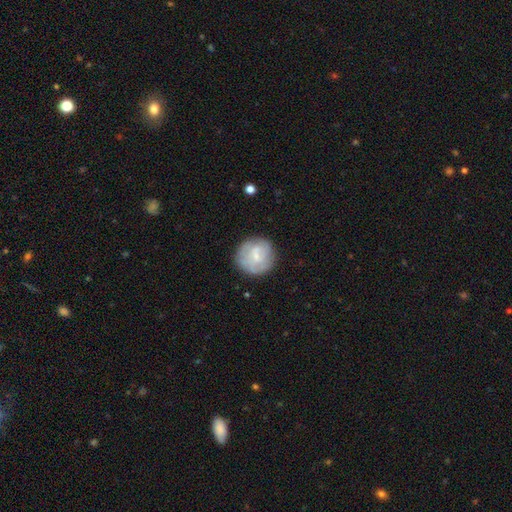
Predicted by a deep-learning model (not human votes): A smooth galaxy with no disk features (57%) that is round (92%).

Vote fractions:
- Smooth or featured? smooth: 57% / featured or disk: 36% / star or artifact: 7%
- How rounded? round: 92% / in between: 7% / cigar-shaped: 1%
- Merging? none: 74% / minor disturbance: 17% / major disturbance: 6% / merger: 3%